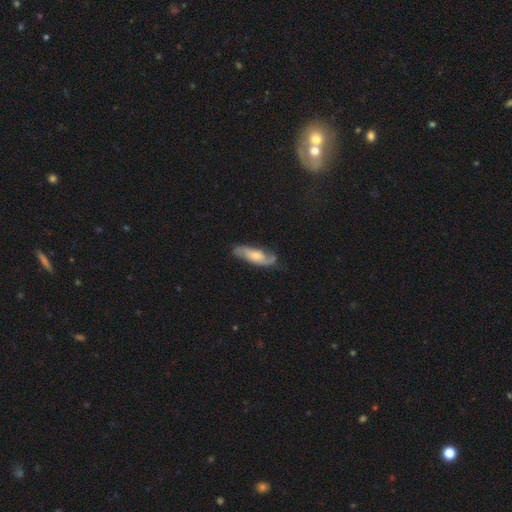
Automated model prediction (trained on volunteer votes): This appears to be a featured or disk galaxy (60%). Merging: none (68%).